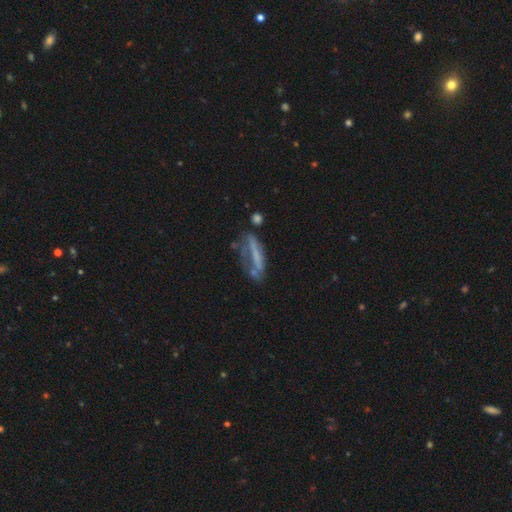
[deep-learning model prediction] Smooth or featured: featured or disk — 48% (smooth — 40%)
Merging: none — 38% (major disturbance — 26%)